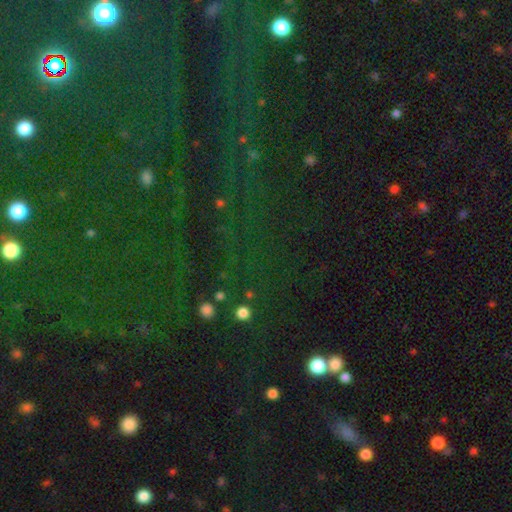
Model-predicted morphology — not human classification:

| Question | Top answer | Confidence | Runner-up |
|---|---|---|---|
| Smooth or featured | star or artifact | 80% | smooth (12%) |